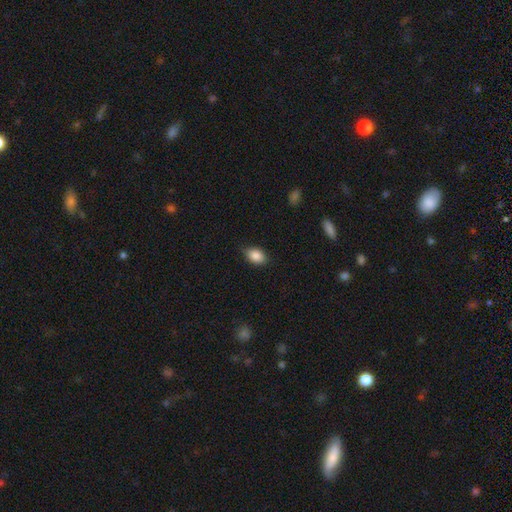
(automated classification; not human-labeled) smooth-or-featured: smooth: 87% | star or artifact: 8% | featured or disk: 5%
  how-rounded: in between: 81% | round: 18% | cigar-shaped: 1%
  merging: none: 79% | minor disturbance: 17% | major disturbance: 3% | merger: 1%